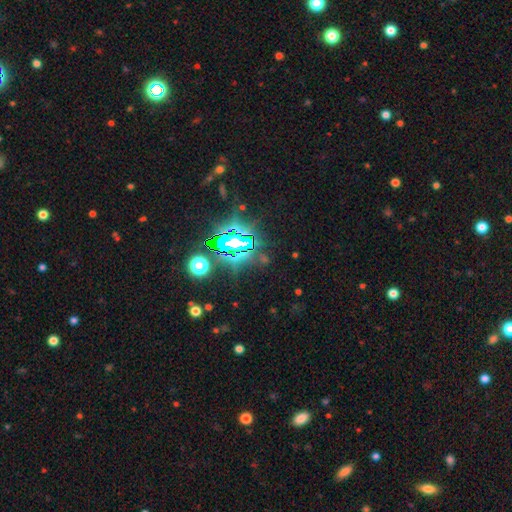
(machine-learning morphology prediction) Smooth or featured: star or artifact — 83% (smooth — 10%)